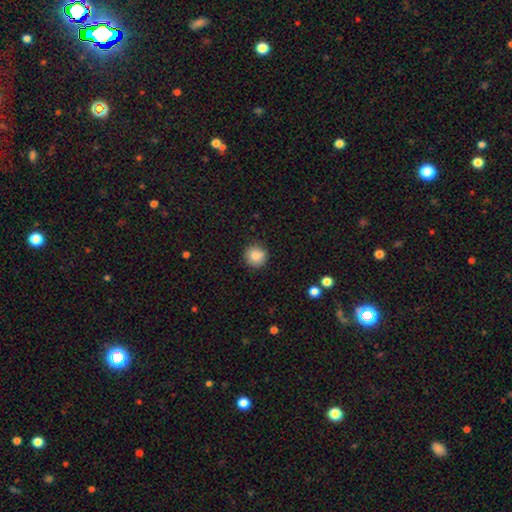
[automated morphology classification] Smooth or featured?
  - smooth: 84% *
  - star or artifact: 9%
  - featured or disk: 6%
How rounded?
  - round: 94% *
  - in between: 5%
  - cigar-shaped: 1%
Merging?
  - none: 88% *
  - minor disturbance: 8%
  - major disturbance: 2%
  - merger: 1%